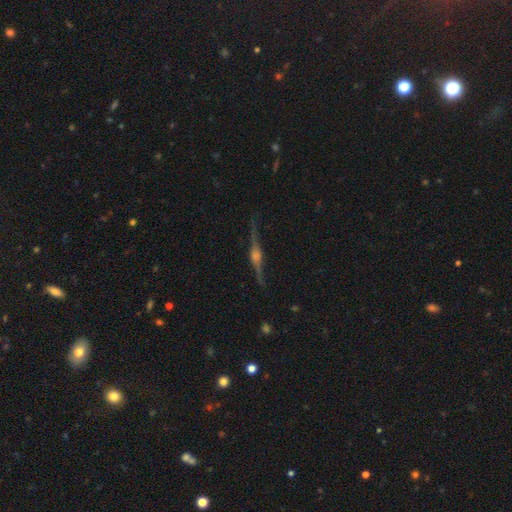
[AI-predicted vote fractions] Smooth or featured? featured or disk (87%)
Edge-on disk? yes (98%)
Edge-on bulge? rounded (89%)
Merging? none (88%)